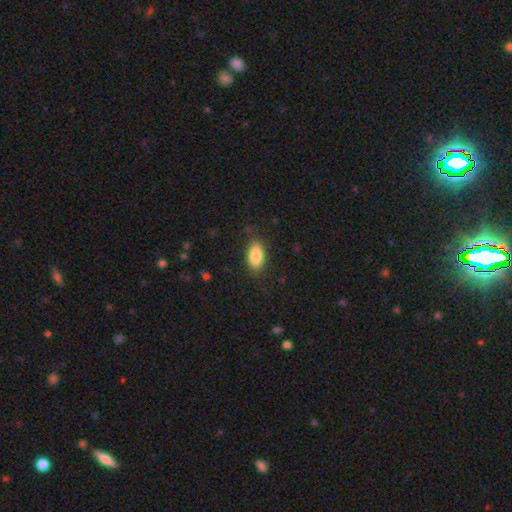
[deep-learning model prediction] The model was most divided on "merging": none: 83%, minor disturbance: 12%, major disturbance: 4%, merger: 1%. More confident: how rounded — in between (92%); smooth or featured — smooth (86%).